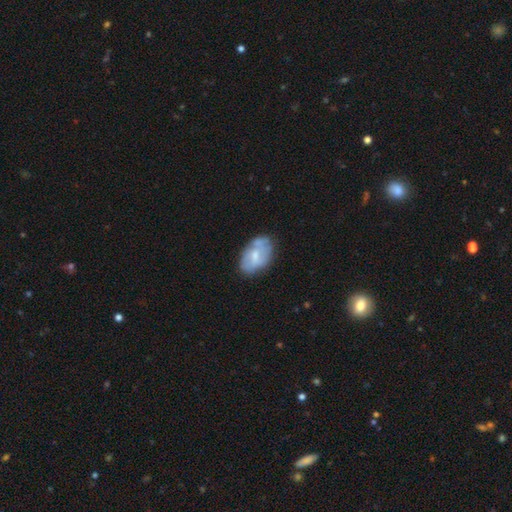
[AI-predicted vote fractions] Smooth or featured?
  - smooth: 50% *
  - featured or disk: 43%
  - star or artifact: 6%
How rounded?
  - in between: 90% *
  - round: 9%
  - cigar-shaped: 1%
Merging?
  - none: 58% *
  - minor disturbance: 27%
  - major disturbance: 8%
  - merger: 6%